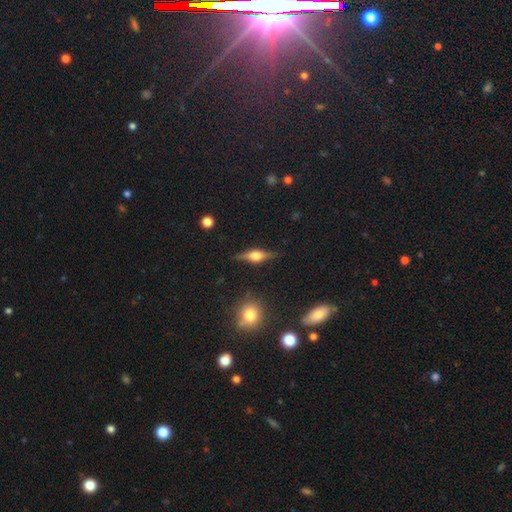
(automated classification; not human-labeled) smooth_or_featured: featured or disk (p=0.73) [alt: smooth p=0.20]
disk_edge_on: yes (p=0.96) [alt: no p=0.04]
edge_on_bulge: rounded (p=0.89) [alt: boxy p=0.09]
merging: none (p=0.86) [alt: minor disturbance p=0.10]